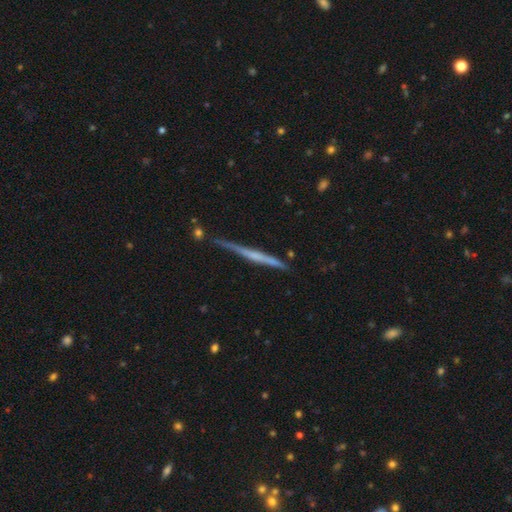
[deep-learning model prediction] Morphology: type=featured or disk (67%); edge-on=yes (97%); edge-on bulge=none (61%); merging=none (78%).